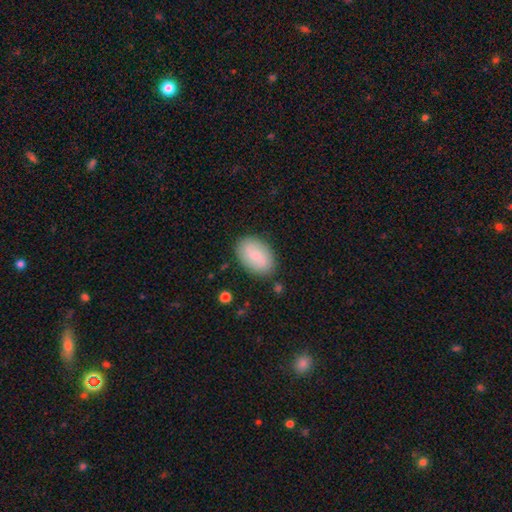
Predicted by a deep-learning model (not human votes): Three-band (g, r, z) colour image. It shows a smooth galaxy with no disk features (74%) that is in between round and cigar-shaped (89%). Merging: none (84%).